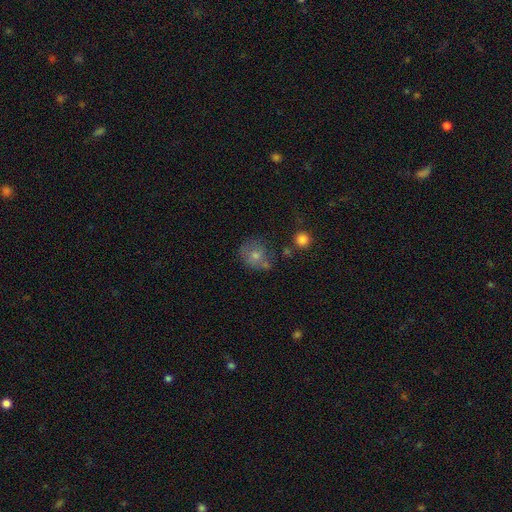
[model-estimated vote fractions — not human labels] This is likely a smooth galaxy (69%). How rounded: likely round (79%). Merging: possibly none (53%).